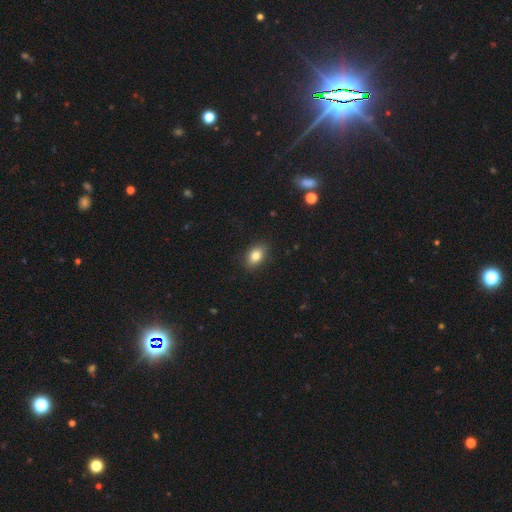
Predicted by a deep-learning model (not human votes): Smooth or featured: smooth — 80% (featured or disk — 10%)
How rounded: in between — 79% (round — 19%)
Merging: none — 87% (minor disturbance — 10%)